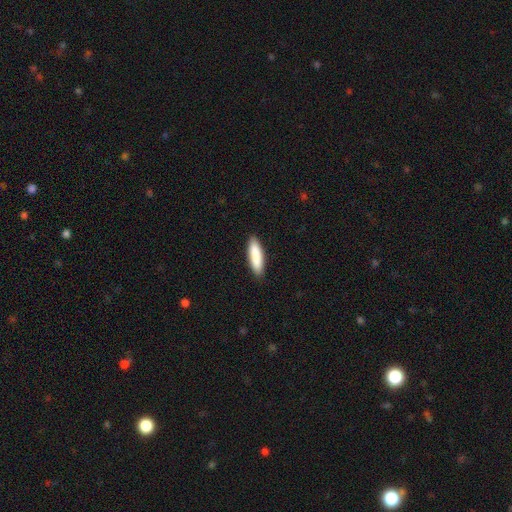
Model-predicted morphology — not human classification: This appears to be a smooth galaxy with no disk features (88%) that is cigar-shaped (63%). Merging: none (89%).